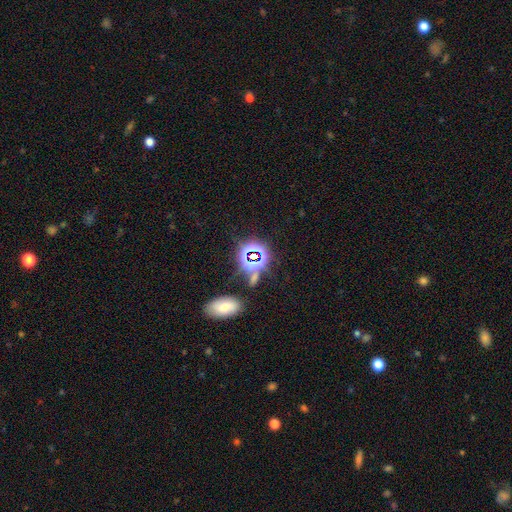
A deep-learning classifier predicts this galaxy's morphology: smooth-or-featured: star or artifact: 64% | smooth: 23% | featured or disk: 12%